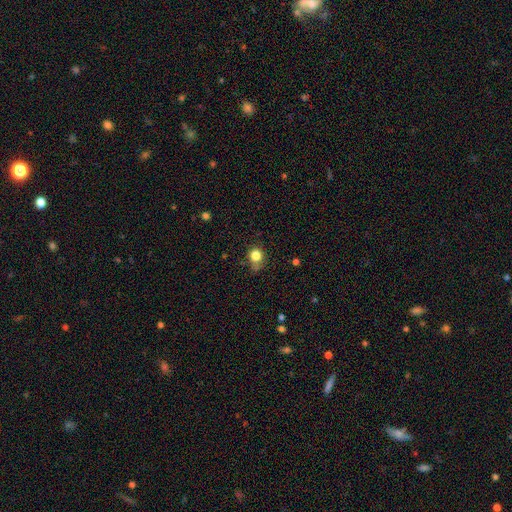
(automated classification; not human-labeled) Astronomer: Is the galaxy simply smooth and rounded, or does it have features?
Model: smooth — 82%.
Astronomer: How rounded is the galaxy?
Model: round — 77%.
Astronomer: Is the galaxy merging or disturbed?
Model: none — 60%.